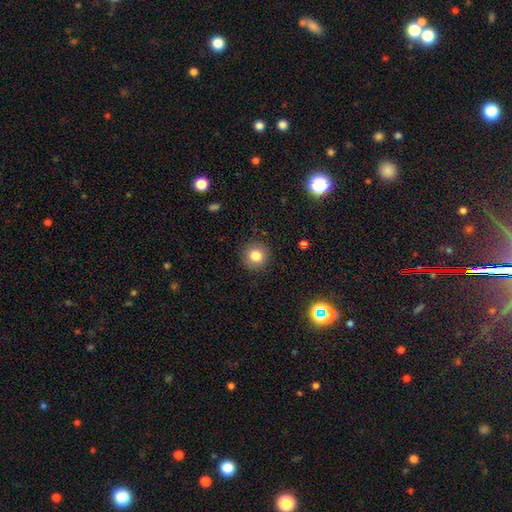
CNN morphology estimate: Smooth or featured?
  - smooth: 82% *
  - star or artifact: 11%
  - featured or disk: 7%
How rounded?
  - round: 93% *
  - in between: 6%
  - cigar-shaped: 1%
Merging?
  - none: 90% *
  - minor disturbance: 7%
  - major disturbance: 2%
  - merger: 1%